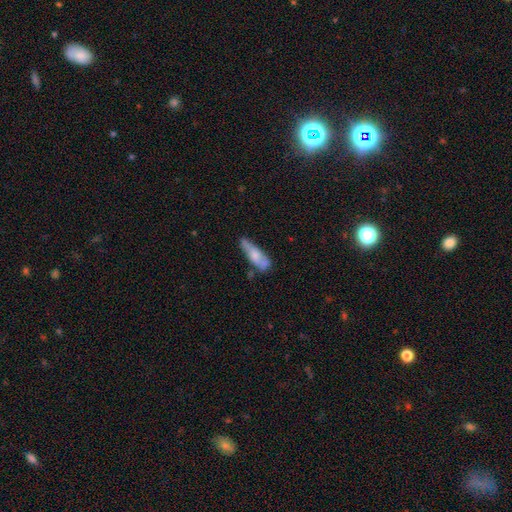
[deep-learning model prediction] Overall: smooth (60%; featured or disk 33%). How rounded: cigar-shaped (54%; in between 44%). Merging: none (49%; minor disturbance 31%).